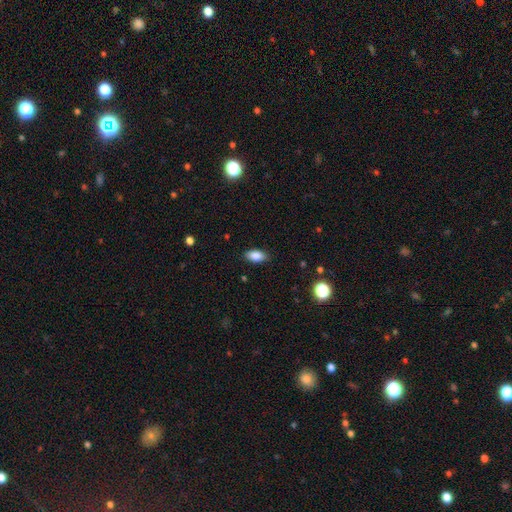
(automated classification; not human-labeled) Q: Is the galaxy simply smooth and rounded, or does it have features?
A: smooth — 87%.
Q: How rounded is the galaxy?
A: in between — 91%.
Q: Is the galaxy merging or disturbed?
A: none — 86%.